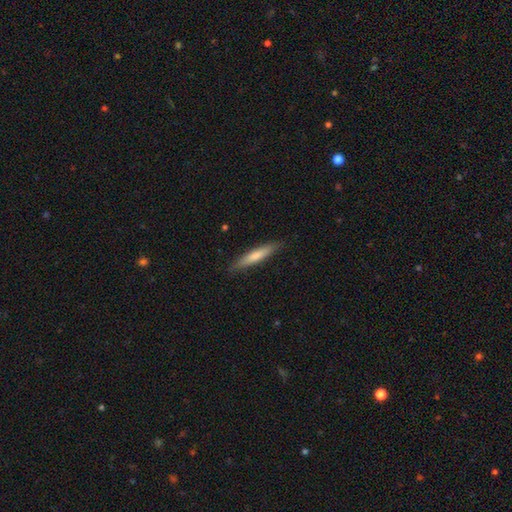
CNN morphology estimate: Overall: smooth (71%). How rounded: cigar-shaped (90%). Merging: none (86%).